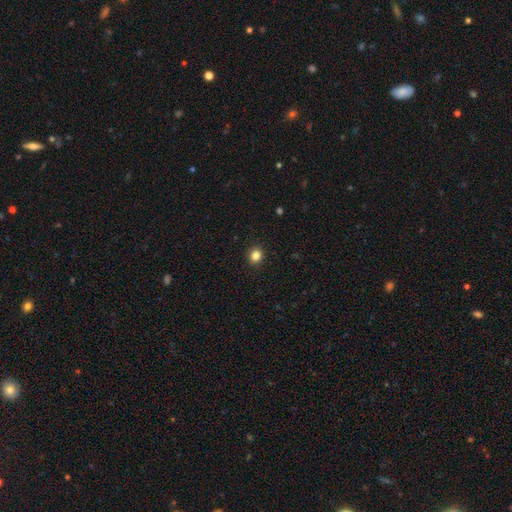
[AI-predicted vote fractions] Overall: smooth (84%). How rounded: round (80%). Merging: none (92%).